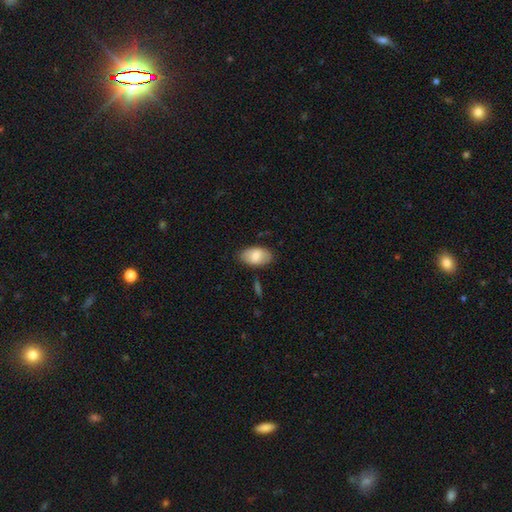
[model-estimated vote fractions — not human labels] This is likely a smooth galaxy (79%). How rounded: clearly in between (93%). Merging: likely none (80%).